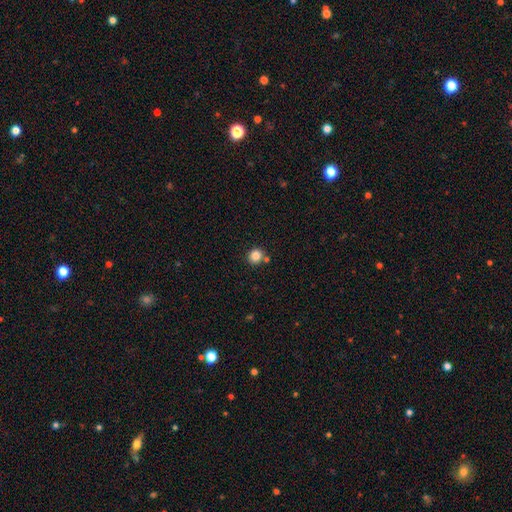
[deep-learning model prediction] Smooth or featured? Predicted: smooth (p=0.85). How rounded? Predicted: round (p=0.88). Merging? Predicted: none (p=0.79).